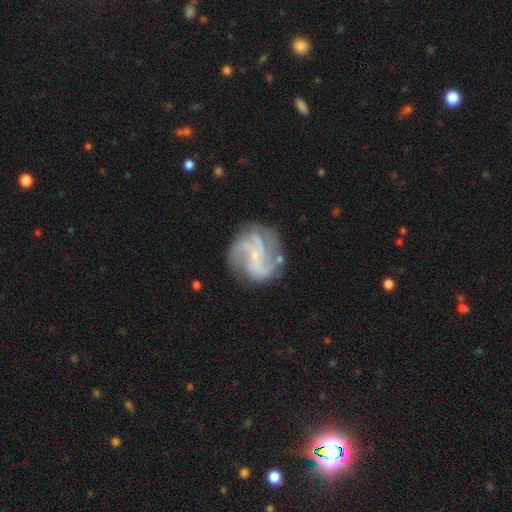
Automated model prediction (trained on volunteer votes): smooth_or_featured: featured or disk (p=0.83) [alt: smooth p=0.10]
disk_edge_on: no (p=0.98) [alt: yes p=0.02]
bar: no (p=0.53) [alt: weak p=0.36]
has_spiral_arms: yes (p=0.95) [alt: no p=0.05]
spiral_winding: medium (p=0.48) [alt: loose p=0.29]
spiral_arm_count: 3 (p=0.37) [alt: 2 p=0.26]
bulge_size: small (p=0.73) [alt: none p=0.16]
merging: none (p=0.68) [alt: minor disturbance p=0.18]